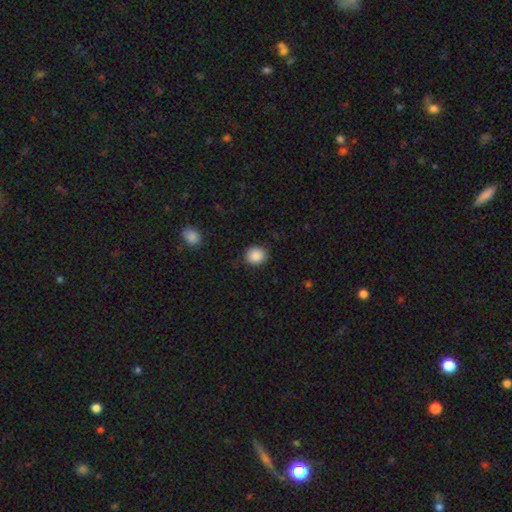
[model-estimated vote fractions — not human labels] This is clearly a smooth galaxy (89%). How rounded: likely round (77%). Merging: clearly none (87%).